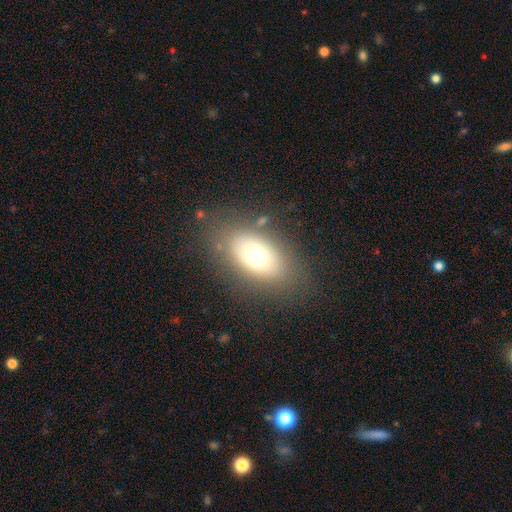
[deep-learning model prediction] Smooth or featured? smooth (66%)
How rounded? in between (85%)
Merging? none (79%)